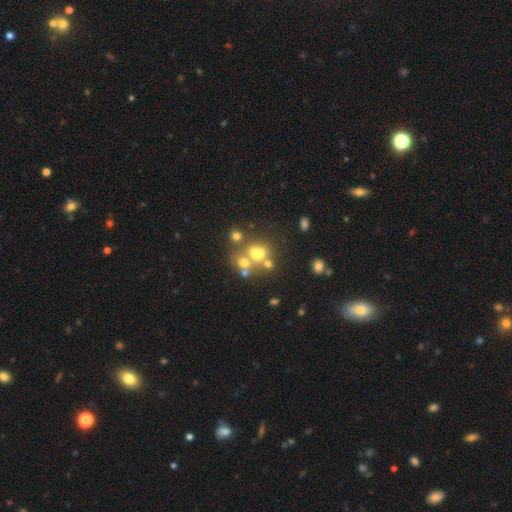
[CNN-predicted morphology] type=smooth (50%); roundness=round (70%); merging=none (45%).